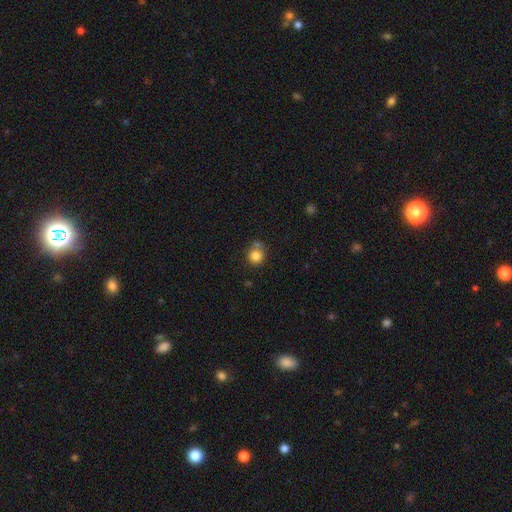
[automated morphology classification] This appears to be a smooth galaxy with no disk features (82%) that is round (88%). Merging: none (62%).